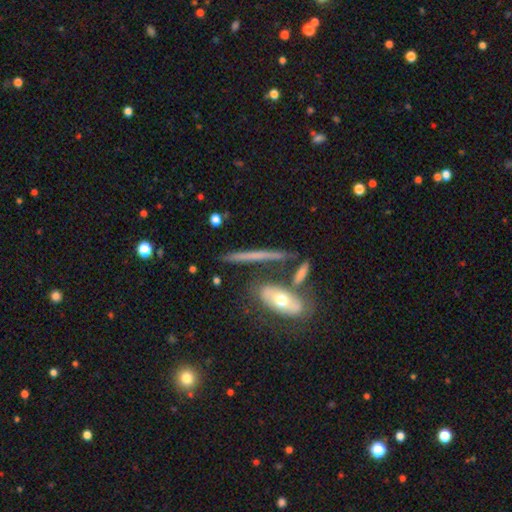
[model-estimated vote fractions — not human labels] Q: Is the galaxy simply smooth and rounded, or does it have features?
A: featured or disk — 54%.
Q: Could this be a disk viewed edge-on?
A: yes — 79%.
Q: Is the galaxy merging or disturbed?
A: none — 67%.